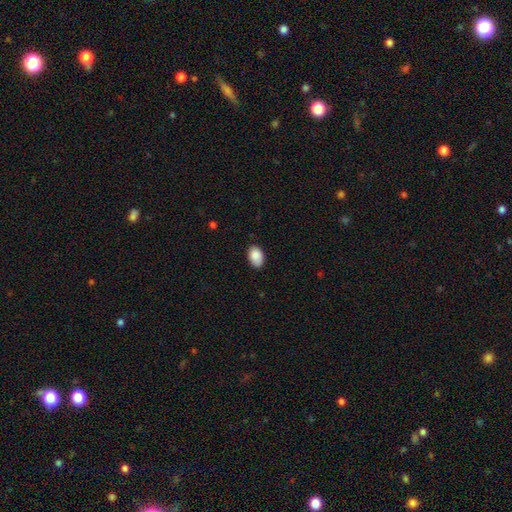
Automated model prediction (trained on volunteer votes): This appears to be a smooth galaxy with no disk features (89%) that is in between round and cigar-shaped (90%). Merging: none (82%).